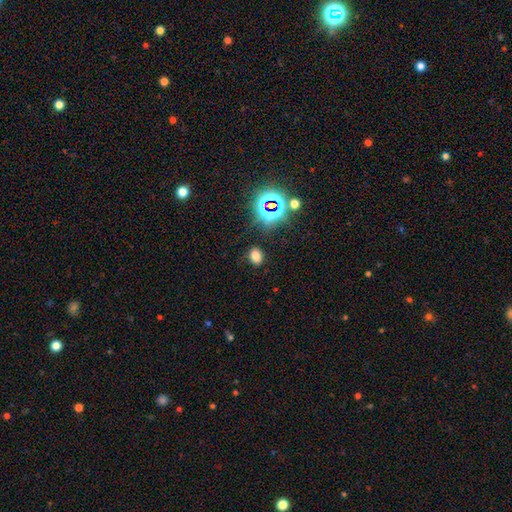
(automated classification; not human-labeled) Smooth or featured?
  - smooth: 68% *
  - star or artifact: 24%
  - featured or disk: 7%
How rounded?
  - in between: 64% *
  - round: 35%
  - cigar-shaped: 1%
Merging?
  - none: 84% *
  - minor disturbance: 10%
  - major disturbance: 4%
  - merger: 2%